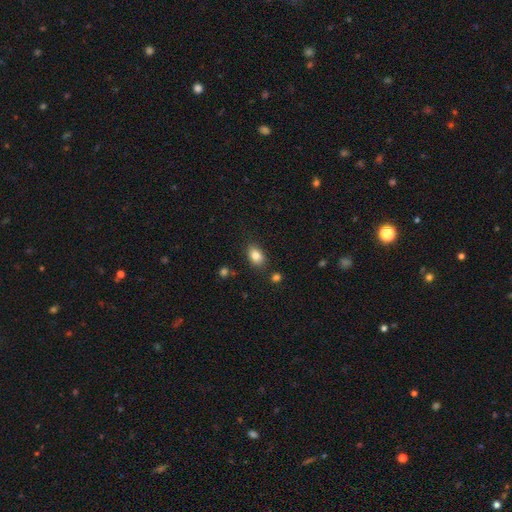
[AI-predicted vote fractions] A smooth galaxy with no disk features (84%) that is in between round and cigar-shaped (82%).

Vote fractions:
- Smooth or featured? smooth: 84% / star or artifact: 9% / featured or disk: 7%
- How rounded? in between: 82% / round: 17% / cigar-shaped: 1%
- Merging? none: 82% / minor disturbance: 12% / merger: 3% / major disturbance: 3%